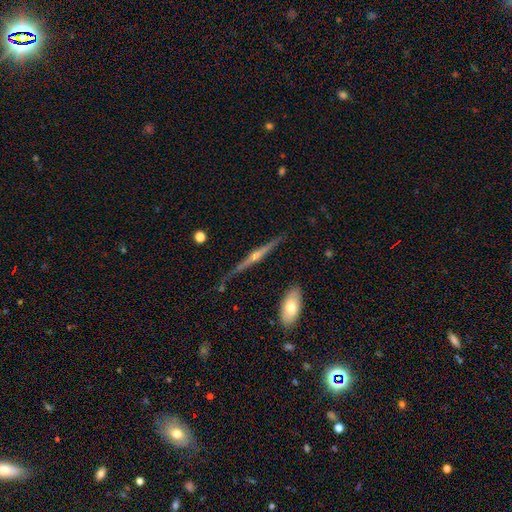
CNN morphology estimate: This appears to be a featured or disk galaxy (81%) viewed edge-on (97%) with a rounded central bulge (89%). Merging: none (81%).